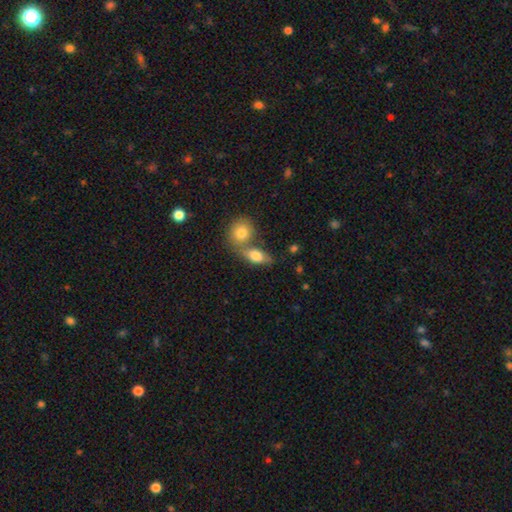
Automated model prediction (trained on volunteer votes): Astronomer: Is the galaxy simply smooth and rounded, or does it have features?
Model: smooth — 78%.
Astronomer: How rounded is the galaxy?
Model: in between — 78%.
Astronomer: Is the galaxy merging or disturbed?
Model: merger — 53% (runner-up: none, 33%).